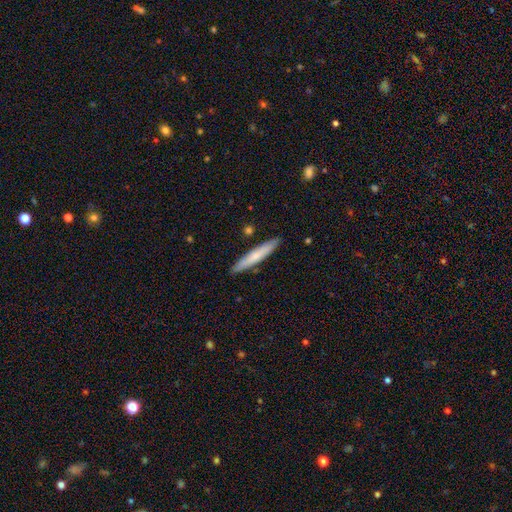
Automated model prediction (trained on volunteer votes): smooth 64%, featured or disk 30%, star or artifact 6%. Down the decision tree: how rounded — cigar-shaped (94%); merging — none (89%).